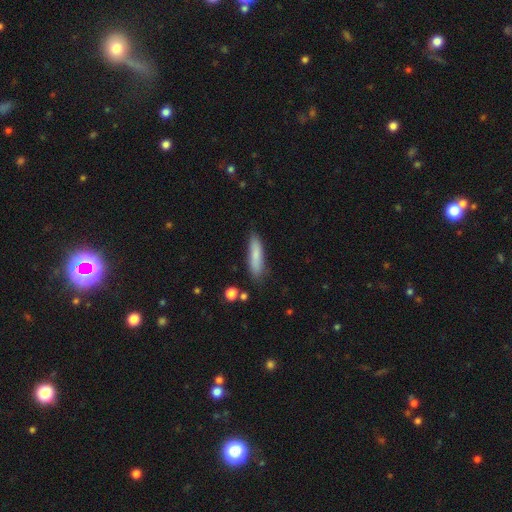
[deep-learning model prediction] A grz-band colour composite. It shows a smooth galaxy with no disk features (80%) that is cigar-shaped (74%). Merging: none (80%).